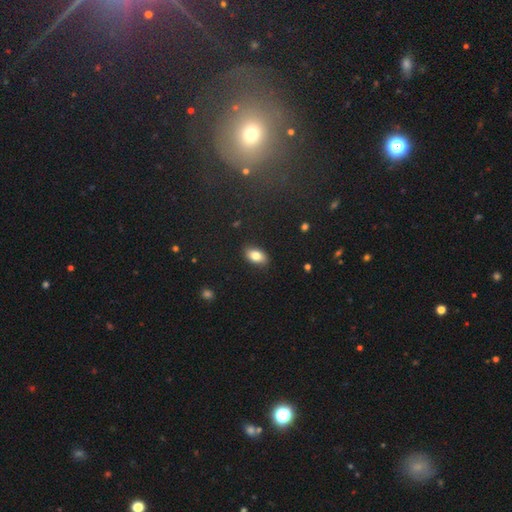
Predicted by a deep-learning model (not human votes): The model was most divided on "smooth or featured": smooth: 82%, featured or disk: 10%, star or artifact: 8%. More confident: how rounded — in between (92%); merging — none (87%).